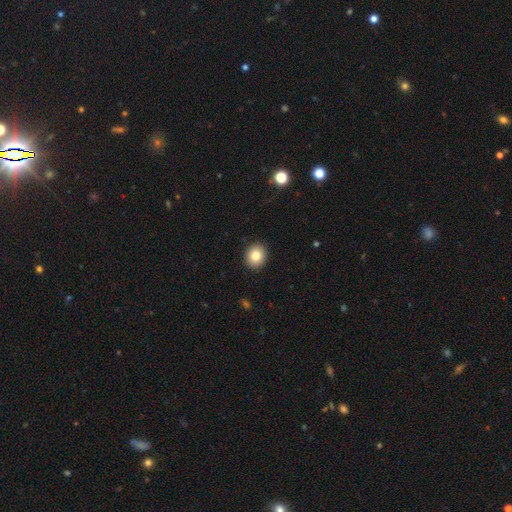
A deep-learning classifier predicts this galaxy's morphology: This appears to be a smooth galaxy with no disk features (83%) that is round (72%). Merging: none (92%).